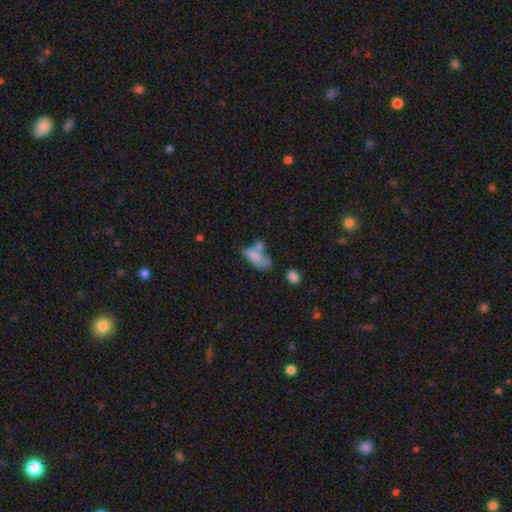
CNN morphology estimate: Q: Smooth or featured?
A: smooth (69%); runner-up: featured or disk (21%)
Q: How rounded?
A: in between (87%); runner-up: cigar-shaped (8%)
Q: Merging?
A: merger (36%); runner-up: none (27%)